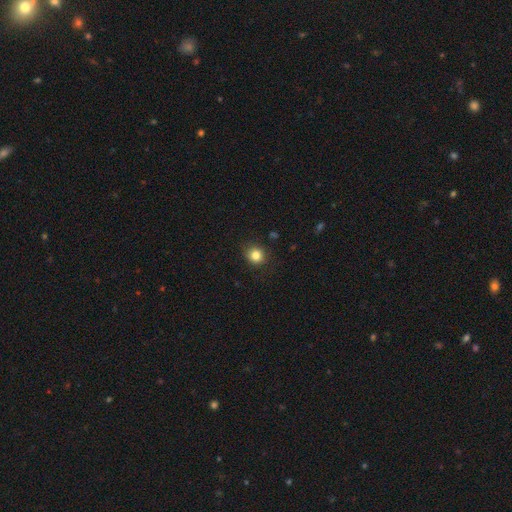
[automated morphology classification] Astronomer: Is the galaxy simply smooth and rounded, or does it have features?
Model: smooth — 83%.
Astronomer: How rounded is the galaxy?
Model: round — 86%.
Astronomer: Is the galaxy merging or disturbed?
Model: none — 88%.